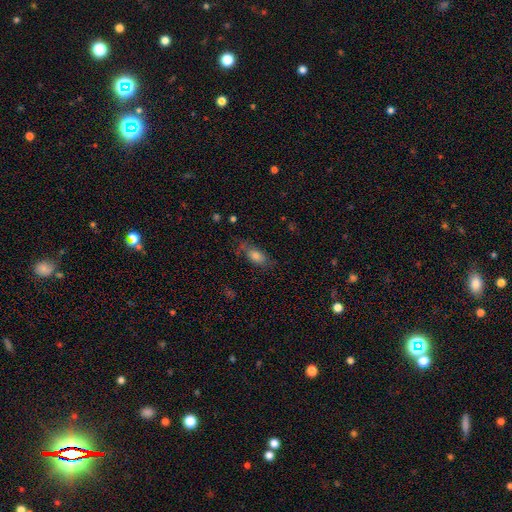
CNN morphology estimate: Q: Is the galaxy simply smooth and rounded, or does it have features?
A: smooth — 71%.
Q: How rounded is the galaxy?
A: in between — 77%.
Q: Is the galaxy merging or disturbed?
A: none — 62%.